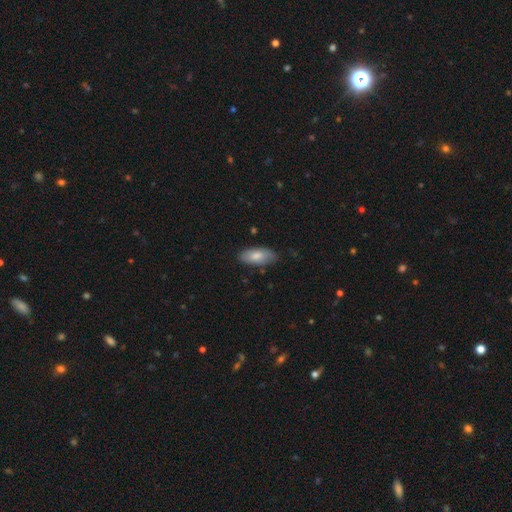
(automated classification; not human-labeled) Smooth or featured? Predicted: smooth (p=0.70). How rounded? Predicted: in between (p=0.83). Merging? Predicted: none (p=0.83).